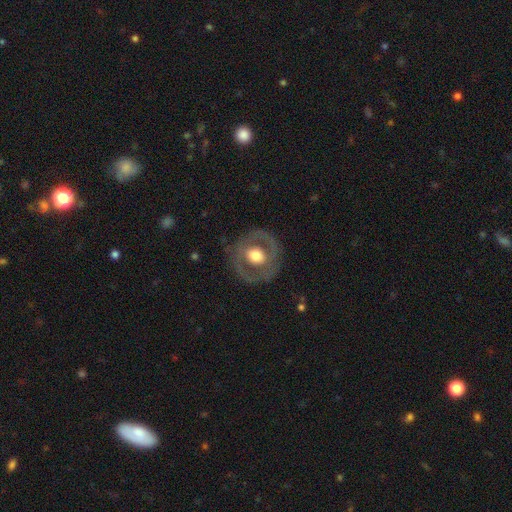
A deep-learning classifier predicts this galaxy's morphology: A featured or disk galaxy (59%) with no bar (71%), no spiral arms (73%) and a moderate central bulge (51%).

Vote fractions:
- Smooth or featured? featured or disk: 59% / smooth: 35% / star or artifact: 6%
- Edge-on disk? no: 95% / yes: 5%
- Bar? no: 71% / weak: 20% / strong: 9%
- Spiral arms? no: 73% / yes: 27%
- Bulge size? moderate: 51% / large: 41% / small: 4% / dominant: 4% / none: 1%
- Merging? none: 80% / minor disturbance: 12% / major disturbance: 7% / merger: 1%